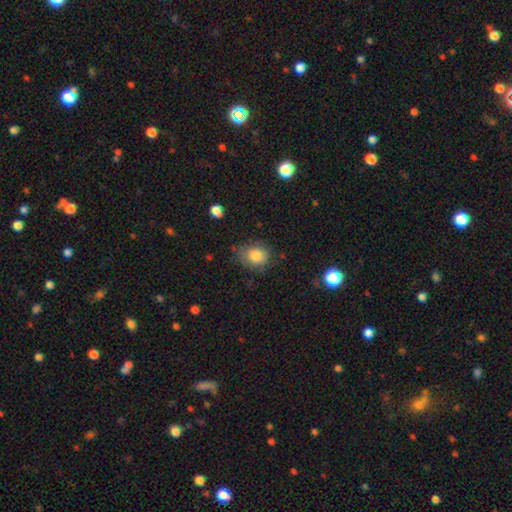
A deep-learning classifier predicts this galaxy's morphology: smooth-or-featured: smooth: 82% | star or artifact: 10% | featured or disk: 9%
  how-rounded: round: 59% | in between: 40% | cigar-shaped: 1%
  merging: none: 67% | minor disturbance: 24% | major disturbance: 7% | merger: 2%